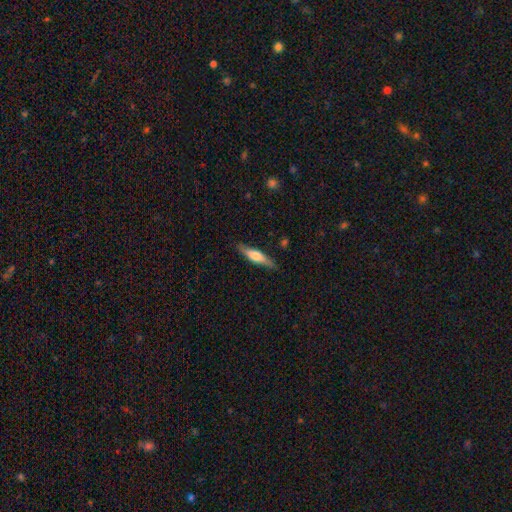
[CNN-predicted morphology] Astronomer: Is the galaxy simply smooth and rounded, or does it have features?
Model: smooth — 51% (runner-up: featured or disk, 43%).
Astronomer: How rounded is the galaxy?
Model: cigar-shaped — 74%.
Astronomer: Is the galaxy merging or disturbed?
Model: none — 82%.